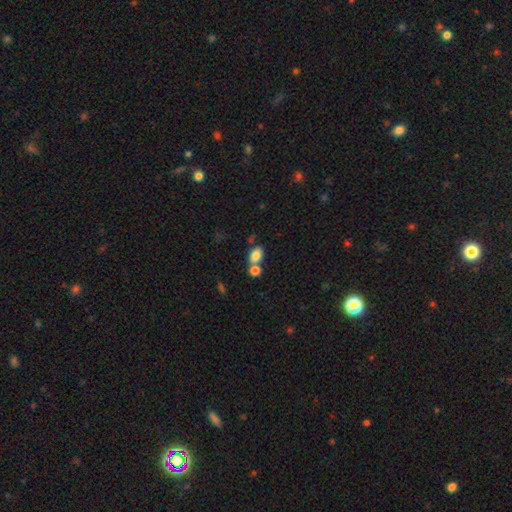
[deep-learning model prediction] Smooth or featured?
  - smooth: 82% *
  - star or artifact: 10%
  - featured or disk: 9%
How rounded?
  - in between: 79% *
  - round: 20%
  - cigar-shaped: 2%
Merging?
  - none: 48% *
  - merger: 37%
  - minor disturbance: 11%
  - major disturbance: 4%